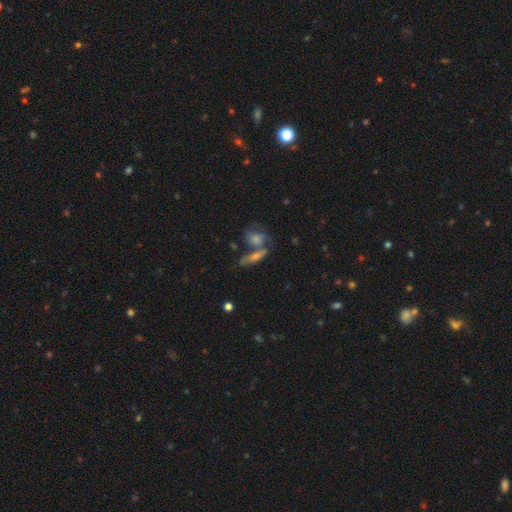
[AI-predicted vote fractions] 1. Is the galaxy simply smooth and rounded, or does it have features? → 44% smooth, 40% featured or disk, 16% star or artifact.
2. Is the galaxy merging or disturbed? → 46% none, 37% merger, 10% minor disturbance, 6% major disturbance.